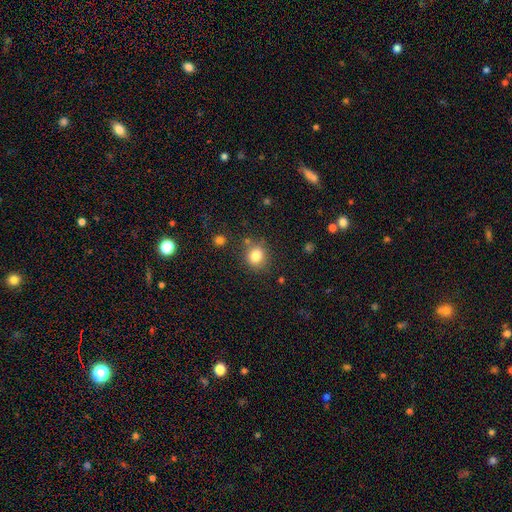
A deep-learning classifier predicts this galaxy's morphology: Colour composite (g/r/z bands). It shows a smooth galaxy with no disk features (81%) that is round (76%). Merging: none (77%).